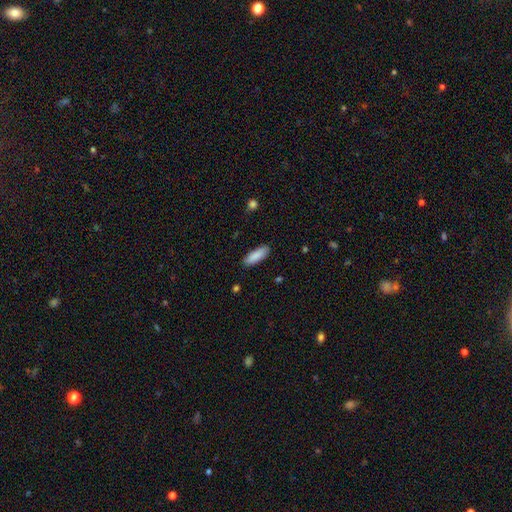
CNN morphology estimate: Smooth or featured: smooth — 88% (featured or disk — 6%)
How rounded: in between — 60% (cigar-shaped — 38%)
Merging: none — 87% (minor disturbance — 10%)